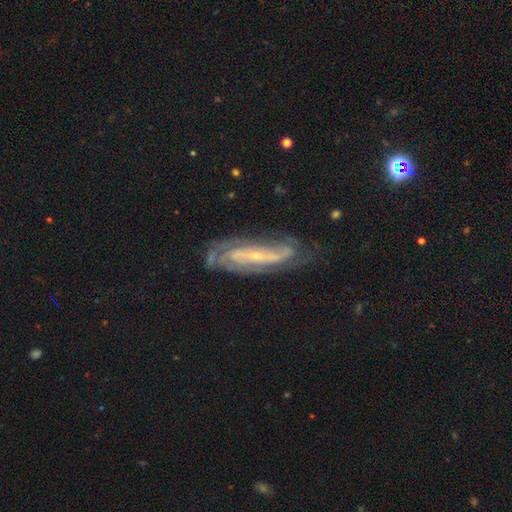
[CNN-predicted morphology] Smooth or featured: featured or disk — 81% (smooth — 10%)
Edge-on disk: no — 79% (yes — 21%)
Bar: no — 42% (weak — 34%)
Spiral arms: yes — 92% (no — 8%)
Spiral winding: tight — 43% (medium — 40%)
Spiral arm count: 2 — 44% (can't tell — 30%)
Bulge size: small — 77% (moderate — 18%)
Merging: none — 68% (minor disturbance — 21%)